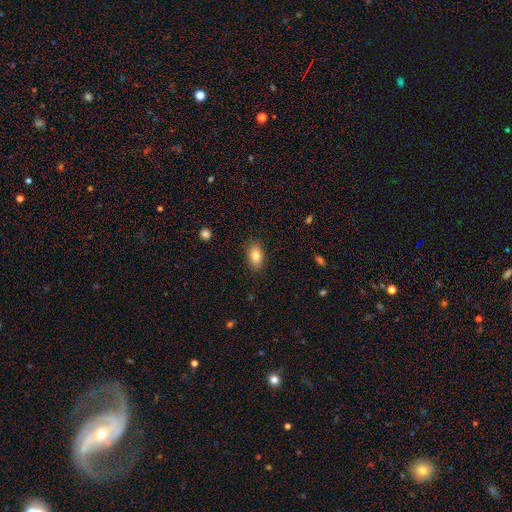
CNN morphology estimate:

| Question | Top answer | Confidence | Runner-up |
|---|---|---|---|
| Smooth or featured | smooth | 84% | featured or disk (8%) |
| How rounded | in between | 89% | round (8%) |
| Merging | none | 87% | minor disturbance (10%) |